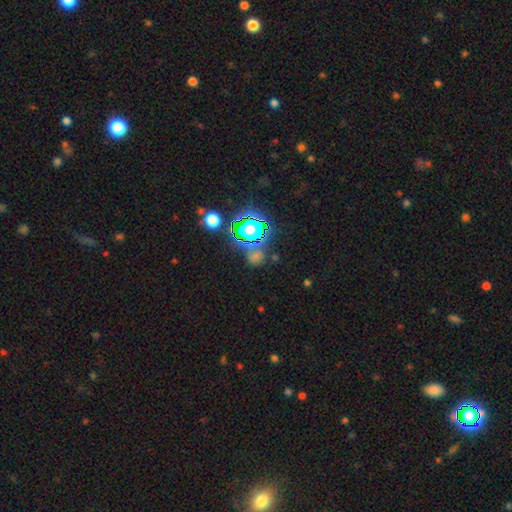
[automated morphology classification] Smooth or featured: star or artifact — 68% (smooth — 23%)